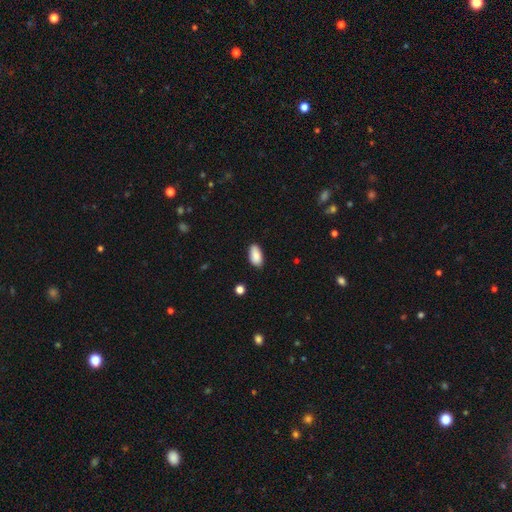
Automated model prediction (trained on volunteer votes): smooth 88%, star or artifact 7%, featured or disk 5%. Down the decision tree: how rounded — in between (93%); merging — none (84%).